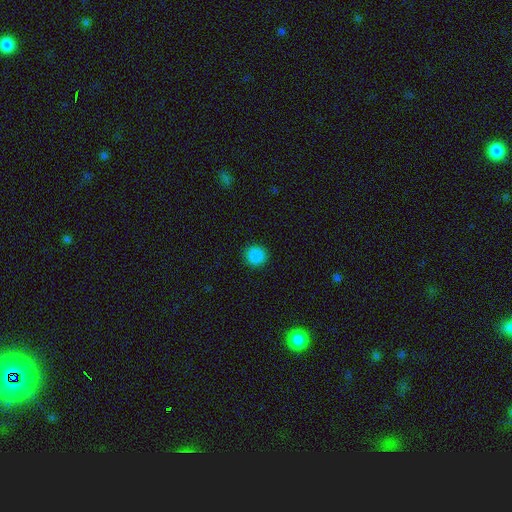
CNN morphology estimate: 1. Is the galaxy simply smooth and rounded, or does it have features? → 87% smooth, 10% star or artifact, 2% featured or disk.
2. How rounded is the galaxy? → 93% round, 7% in between, 1% cigar-shaped.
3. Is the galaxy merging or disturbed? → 92% none, 5% minor disturbance, 2% major disturbance, 1% merger.